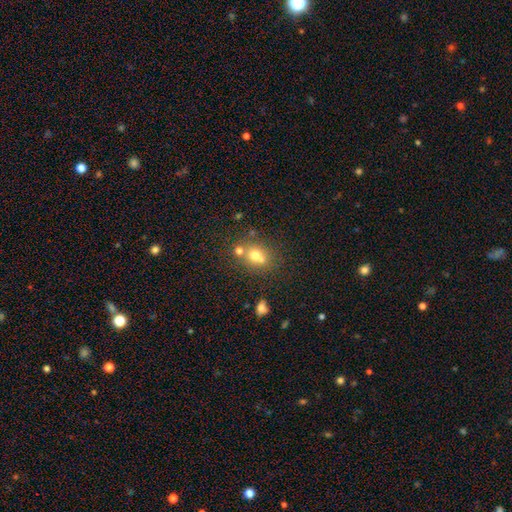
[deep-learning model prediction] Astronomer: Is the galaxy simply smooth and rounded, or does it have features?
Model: smooth — 68%.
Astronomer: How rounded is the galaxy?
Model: round — 58% (runner-up: in between, 40%).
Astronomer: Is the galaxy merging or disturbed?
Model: none — 51% (runner-up: merger, 32%).